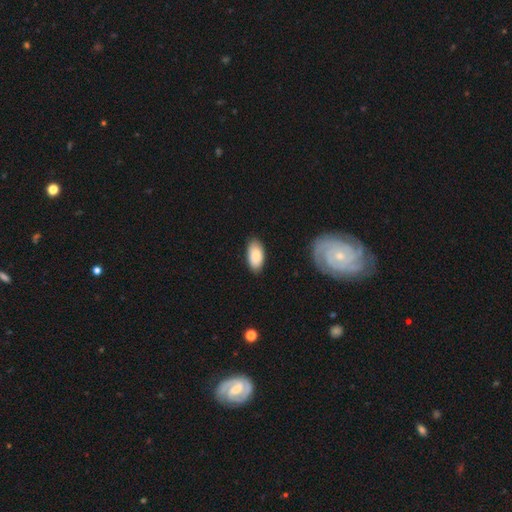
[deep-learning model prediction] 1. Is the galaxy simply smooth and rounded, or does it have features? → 80% smooth, 14% featured or disk, 6% star or artifact.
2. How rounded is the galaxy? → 94% in between, 3% round, 3% cigar-shaped.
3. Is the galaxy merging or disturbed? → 85% none, 12% minor disturbance, 2% major disturbance, 1% merger.